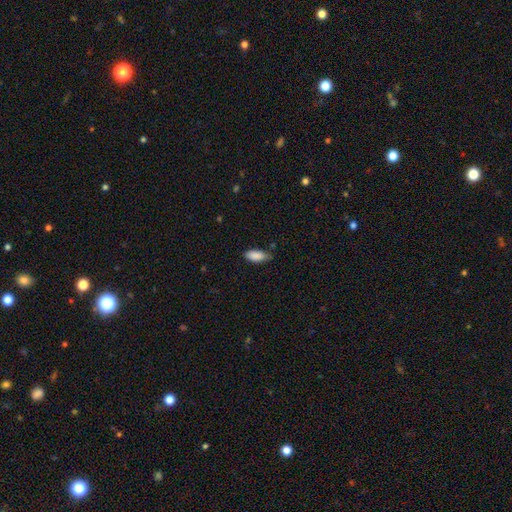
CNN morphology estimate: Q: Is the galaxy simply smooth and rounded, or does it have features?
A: smooth — 88%.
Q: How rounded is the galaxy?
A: in between — 86%.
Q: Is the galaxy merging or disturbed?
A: none — 67%.